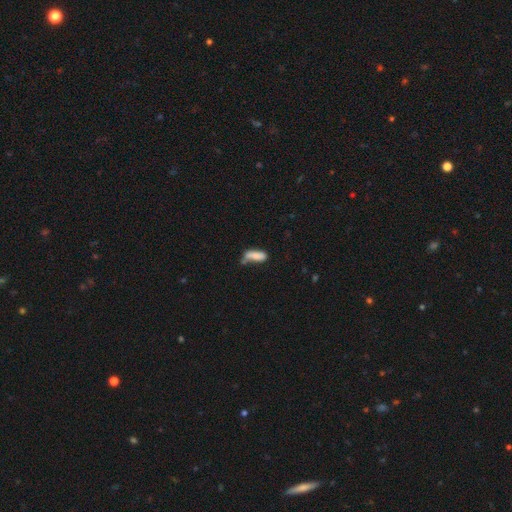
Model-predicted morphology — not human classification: Smooth or featured?
  - smooth: 79% *
  - featured or disk: 13%
  - star or artifact: 9%
How rounded?
  - in between: 57% *
  - cigar-shaped: 40%
  - round: 2%
Merging?
  - none: 40% *
  - minor disturbance: 25%
  - merger: 22%
  - major disturbance: 12%